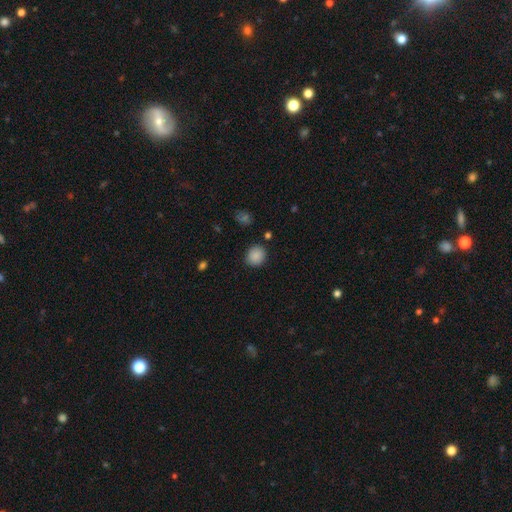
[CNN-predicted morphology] type=smooth (87%); roundness=round (77%); merging=none (86%).